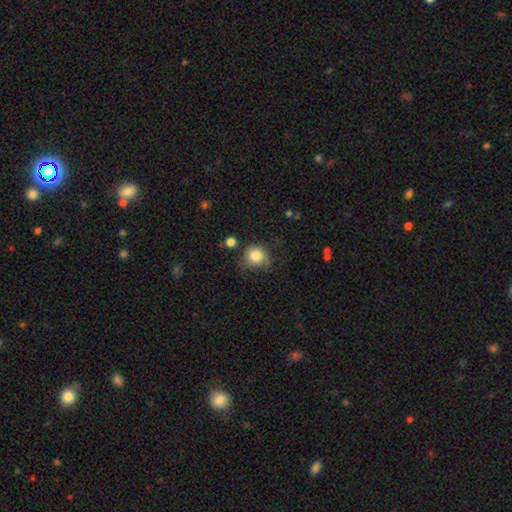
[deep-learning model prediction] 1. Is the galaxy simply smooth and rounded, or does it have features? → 83% smooth, 10% star or artifact, 7% featured or disk.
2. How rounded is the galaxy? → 86% round, 13% in between, 1% cigar-shaped.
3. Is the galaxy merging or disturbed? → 64% none, 24% minor disturbance, 8% major disturbance, 5% merger.